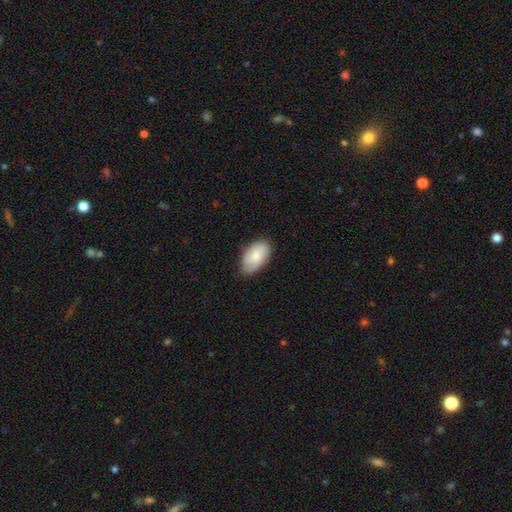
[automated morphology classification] smooth_or_featured: smooth (p=0.79) [alt: featured or disk p=0.15]
how_rounded: in between (p=0.94) [alt: round p=0.04]
merging: none (p=0.74) [alt: minor disturbance p=0.21]